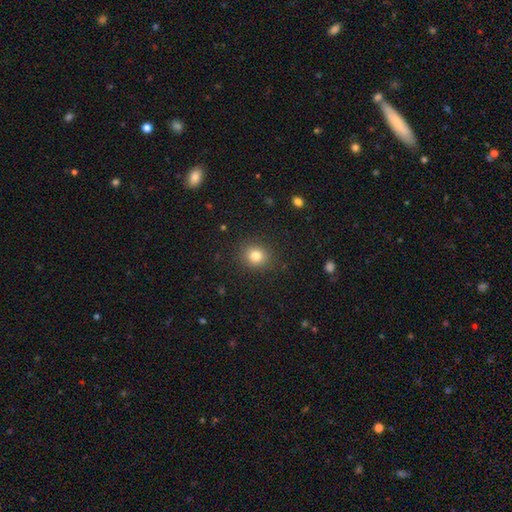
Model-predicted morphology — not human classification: Smooth or featured?
  - smooth: 81% *
  - star or artifact: 12%
  - featured or disk: 7%
How rounded?
  - round: 80% *
  - in between: 19%
  - cigar-shaped: 1%
Merging?
  - none: 88% *
  - minor disturbance: 8%
  - major disturbance: 3%
  - merger: 1%